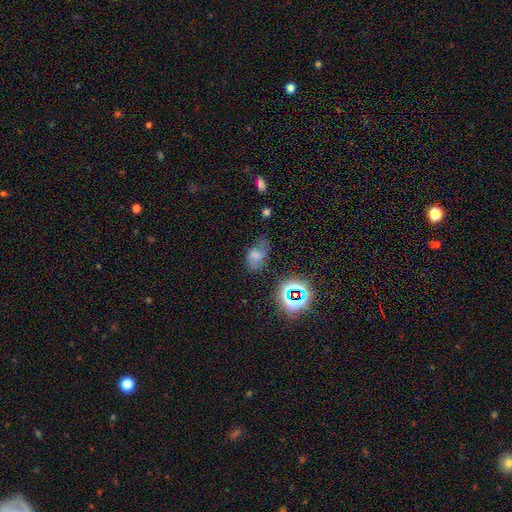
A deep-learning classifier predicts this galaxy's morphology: Smooth or featured?
  - smooth: 54% *
  - star or artifact: 23%
  - featured or disk: 23%
How rounded?
  - in between: 85% *
  - round: 13%
  - cigar-shaped: 2%
Merging?
  - none: 53% *
  - minor disturbance: 30%
  - major disturbance: 13%
  - merger: 4%